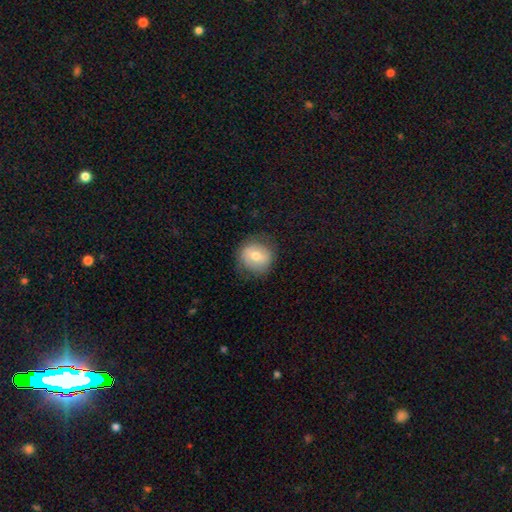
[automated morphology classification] This appears to be a smooth galaxy with no disk features (63%) that is round (84%). Merging: none (78%).